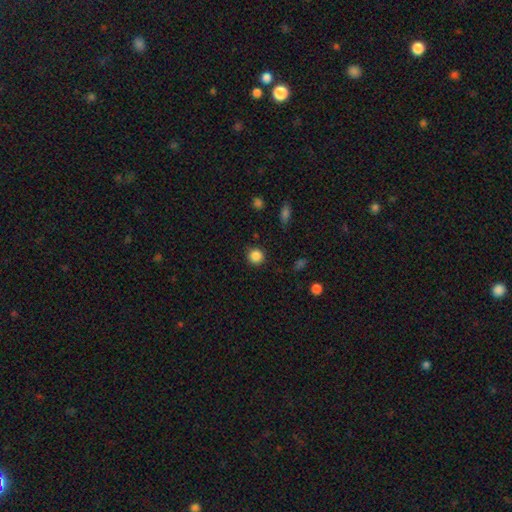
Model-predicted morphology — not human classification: smooth 86%, star or artifact 10%, featured or disk 3%. Down the decision tree: how rounded — round (93%); merging — none (89%).